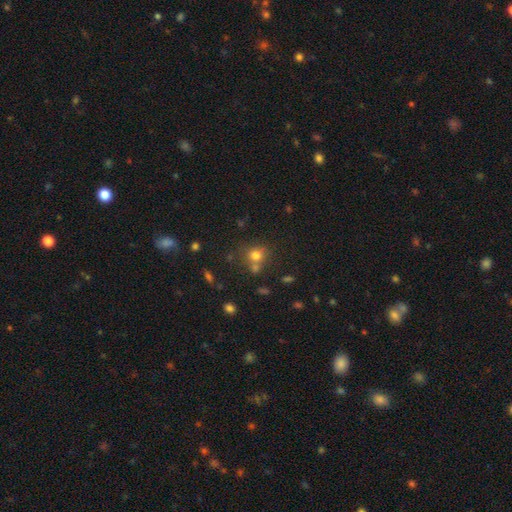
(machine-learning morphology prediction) Q: Smooth or featured?
A: smooth (73%); runner-up: star or artifact (16%)
Q: How rounded?
A: round (76%); runner-up: in between (23%)
Q: Merging?
A: none (55%); runner-up: merger (28%)